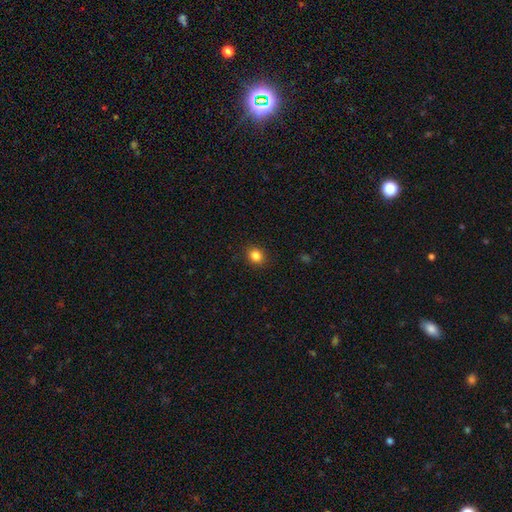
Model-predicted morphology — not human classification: A smooth galaxy with no disk features (84%) that is round (71%).

Vote fractions:
- Smooth or featured? smooth: 84% / star or artifact: 12% / featured or disk: 5%
- How rounded? round: 71% / in between: 28% / cigar-shaped: 1%
- Merging? none: 90% / minor disturbance: 7% / major disturbance: 2% / merger: 1%